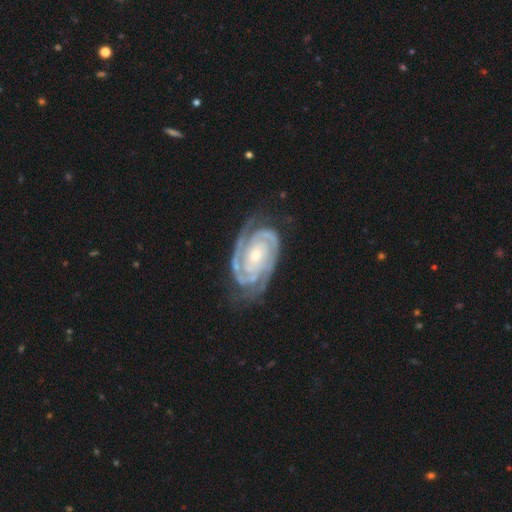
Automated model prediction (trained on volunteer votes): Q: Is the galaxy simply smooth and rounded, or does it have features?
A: featured or disk — 93%.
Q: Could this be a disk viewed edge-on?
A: no — 97%.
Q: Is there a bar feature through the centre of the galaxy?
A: no — 66%.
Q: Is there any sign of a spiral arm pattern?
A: yes — 99%.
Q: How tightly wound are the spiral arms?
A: tight — 77%.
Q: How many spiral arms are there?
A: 2 — 70%.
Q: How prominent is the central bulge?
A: small — 56%.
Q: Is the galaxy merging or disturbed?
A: none — 74%.